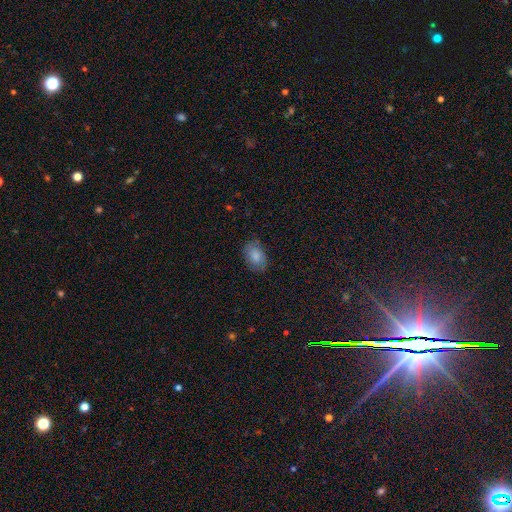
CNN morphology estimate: Smooth or featured: smooth — 76% (featured or disk — 15%)
How rounded: in between — 85% (round — 14%)
Merging: none — 76% (minor disturbance — 18%)